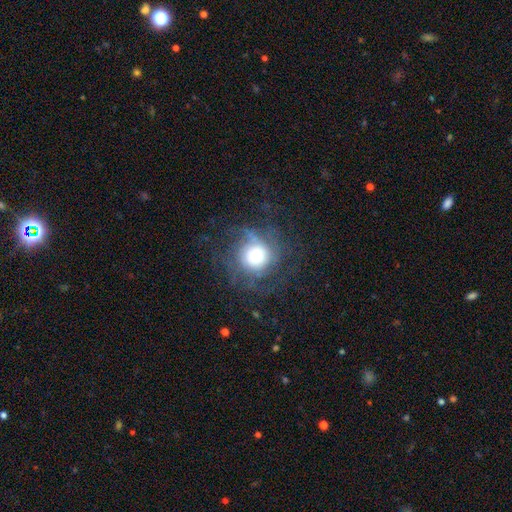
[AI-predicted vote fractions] This appears to be a featured or disk galaxy (54%) with no bar (83%), spiral arms (82%) and a large central bulge (48%). Merging: none (62%).